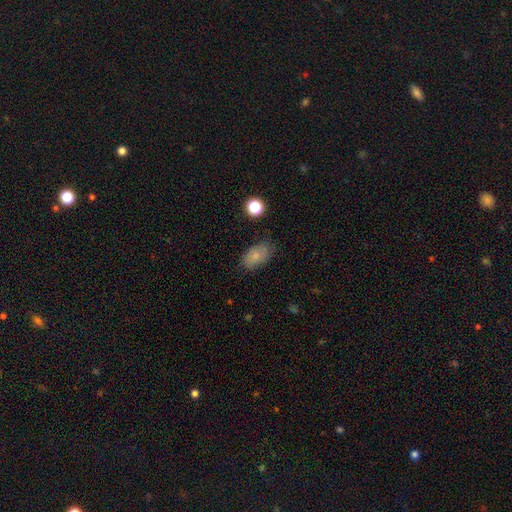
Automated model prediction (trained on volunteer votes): This is clearly a smooth galaxy (80%). How rounded: clearly in between (91%). Merging: likely none (76%).